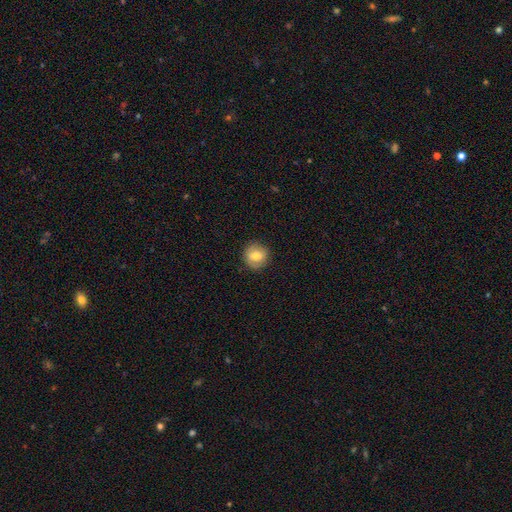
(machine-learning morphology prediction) This is likely a smooth galaxy (72%). How rounded: clearly round (88%). Merging: clearly none (85%).